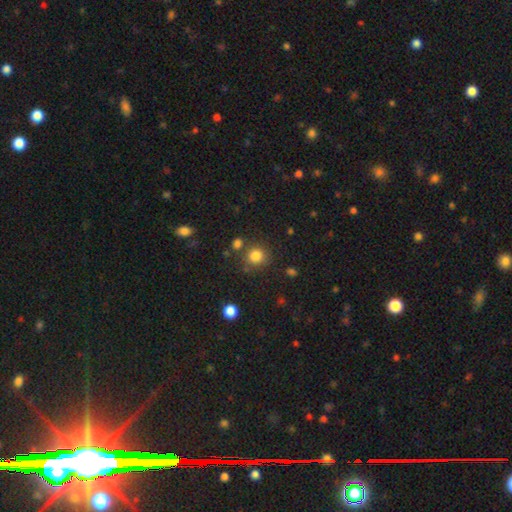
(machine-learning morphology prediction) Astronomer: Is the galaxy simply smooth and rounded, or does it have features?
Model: smooth — 82%.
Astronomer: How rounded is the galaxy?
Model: round — 88%.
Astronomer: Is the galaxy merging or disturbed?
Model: none — 77%.